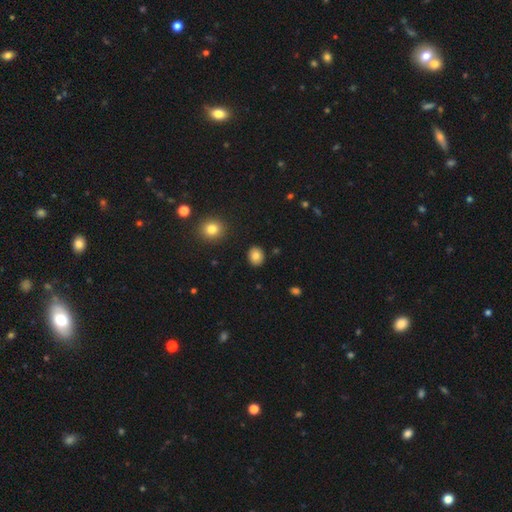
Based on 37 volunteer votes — Smooth or featured? smooth (92%)
How rounded? round (82%)
Merging? none (97%)